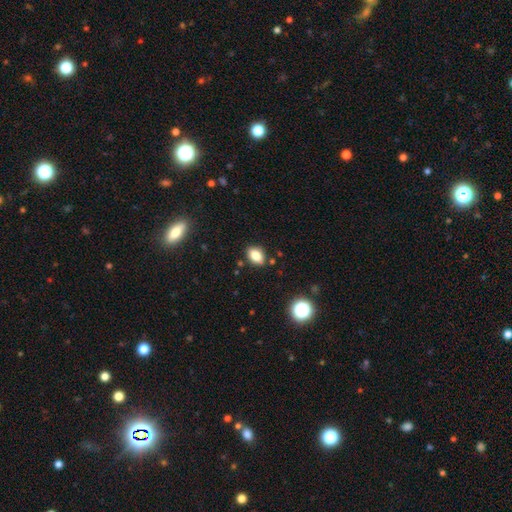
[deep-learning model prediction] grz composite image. It shows a smooth galaxy with no disk features (82%) that is in between round and cigar-shaped (80%). Merging: none (84%).